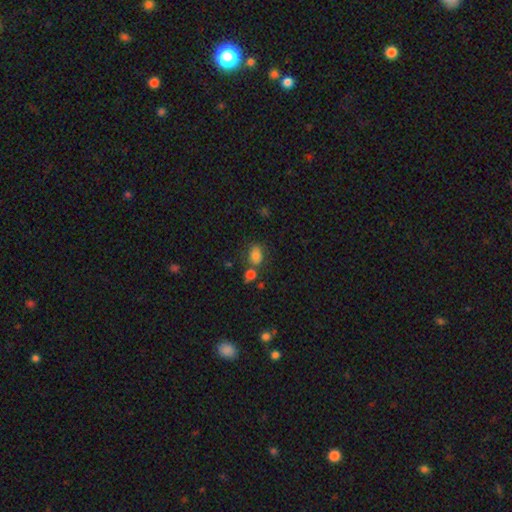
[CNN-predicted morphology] smooth-or-featured: smooth: 77% | star or artifact: 13% | featured or disk: 11%
  how-rounded: in between: 66% | round: 33% | cigar-shaped: 1%
  merging: none: 53% | merger: 21% | minor disturbance: 18% | major disturbance: 8%